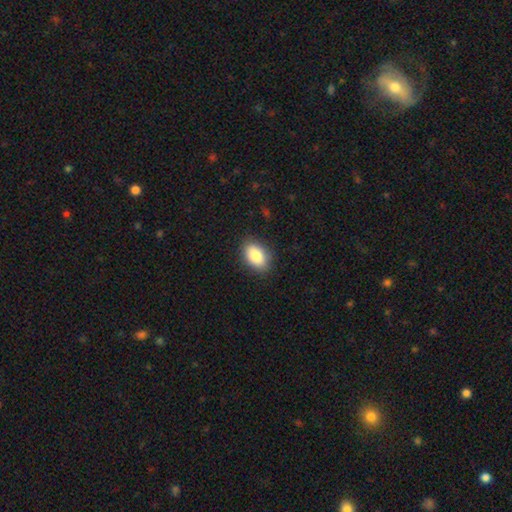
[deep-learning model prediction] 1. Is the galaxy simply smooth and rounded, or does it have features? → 87% smooth, 7% star or artifact, 6% featured or disk.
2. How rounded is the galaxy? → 90% in between, 9% round, 2% cigar-shaped.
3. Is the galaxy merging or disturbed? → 86% none, 11% minor disturbance, 3% major disturbance, 1% merger.